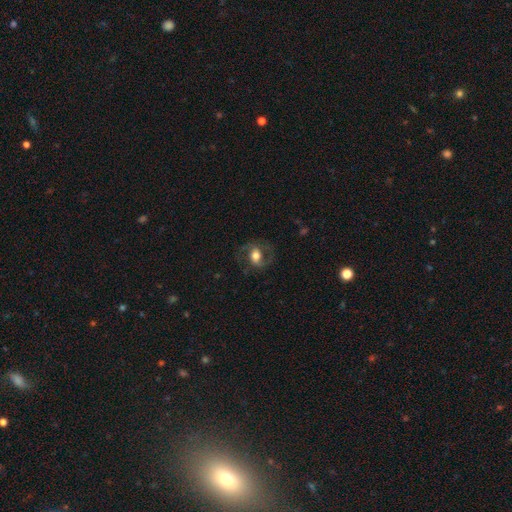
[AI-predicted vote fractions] featured or disk 65%, smooth 27%, star or artifact 8%. Down the decision tree: edge-on disk — no (96%); bar — no (42%); spiral arms — yes (84%); spiral arm count — 2 (85%); spiral winding — medium (52%); bulge size — moderate (54%); merging — none (68%).